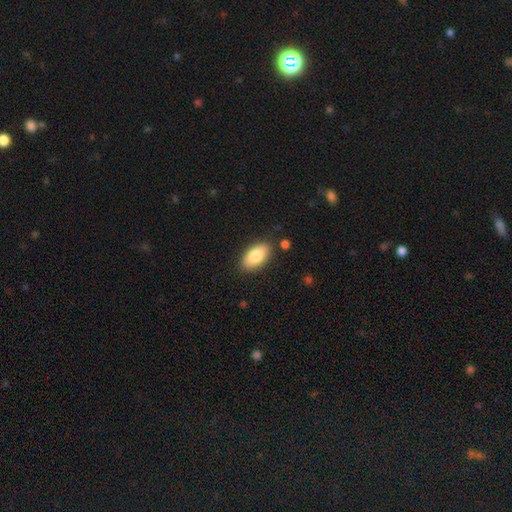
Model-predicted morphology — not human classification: Overall: smooth (83%). How rounded: in between (93%). Merging: none (85%).